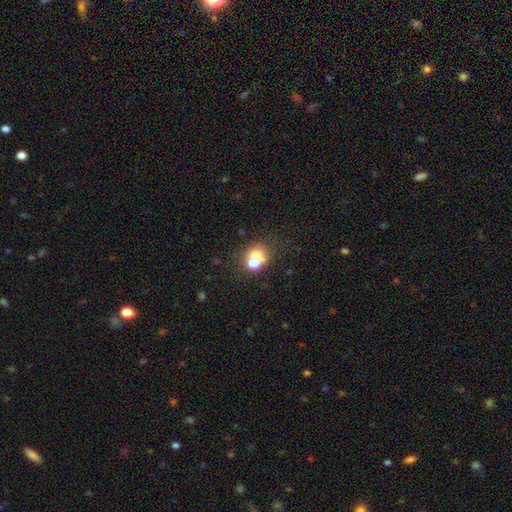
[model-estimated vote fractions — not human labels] smooth_or_featured: smooth (p=0.61) [alt: featured or disk p=0.22]
how_rounded: round (p=0.72) [alt: in between p=0.27]
merging: merger (p=0.47) [alt: none p=0.40]